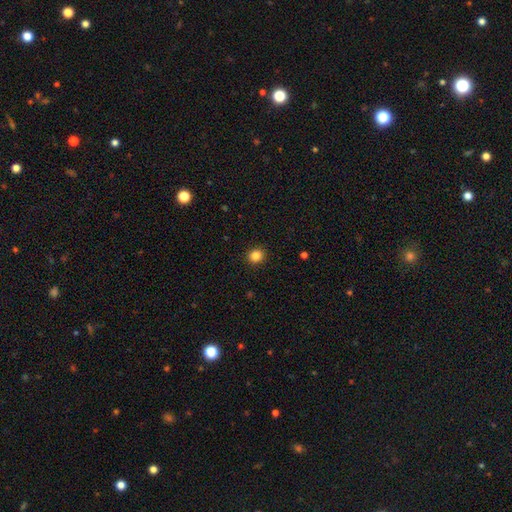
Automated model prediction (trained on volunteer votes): A smooth galaxy with no disk features (85%) that is round (87%).

Vote fractions:
- Smooth or featured? smooth: 85% / star or artifact: 11% / featured or disk: 4%
- How rounded? round: 87% / in between: 12% / cigar-shaped: 1%
- Merging? none: 92% / minor disturbance: 6% / major disturbance: 2% / merger: 1%